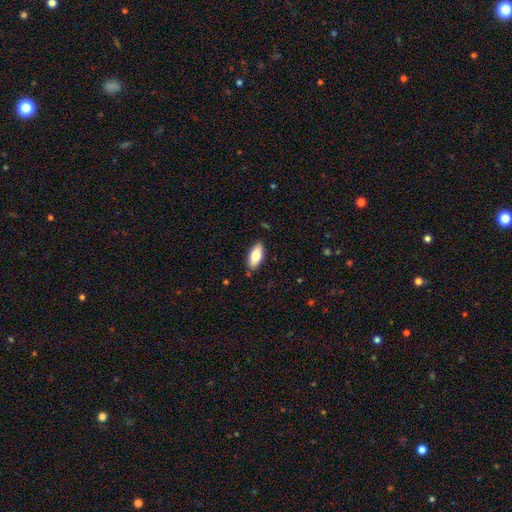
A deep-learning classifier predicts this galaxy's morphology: Smooth or featured? smooth (76%)
How rounded? in between (86%)
Merging? none (87%)